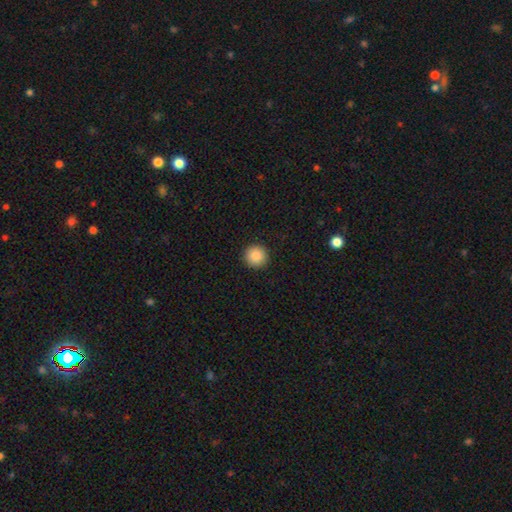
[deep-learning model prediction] A smooth galaxy with no disk features (87%) that is round (95%). Merging: none (93%).